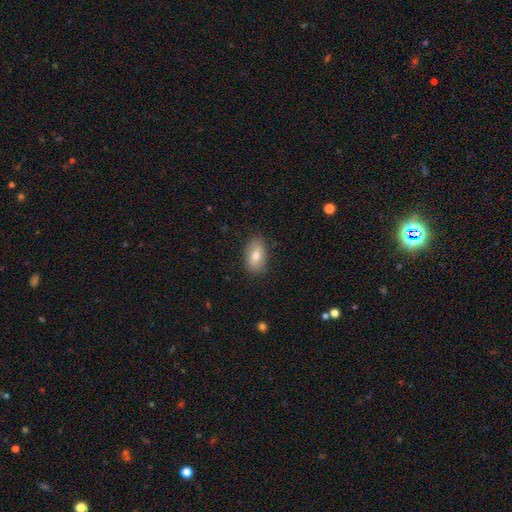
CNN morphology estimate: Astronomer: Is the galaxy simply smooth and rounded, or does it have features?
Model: smooth — 73%.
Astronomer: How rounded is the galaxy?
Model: in between — 89%.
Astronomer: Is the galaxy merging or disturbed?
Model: none — 85%.